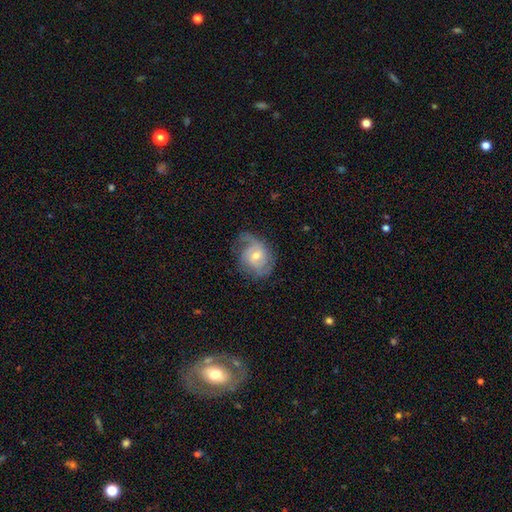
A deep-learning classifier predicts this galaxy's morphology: featured or disk 73%, smooth 21%, star or artifact 6%. Down the decision tree: edge-on disk — no (97%); bar — no (61%); spiral arms — yes (91%); spiral arm count — 2 (44%); spiral winding — medium (41%); bulge size — moderate (57%); merging — none (55%).